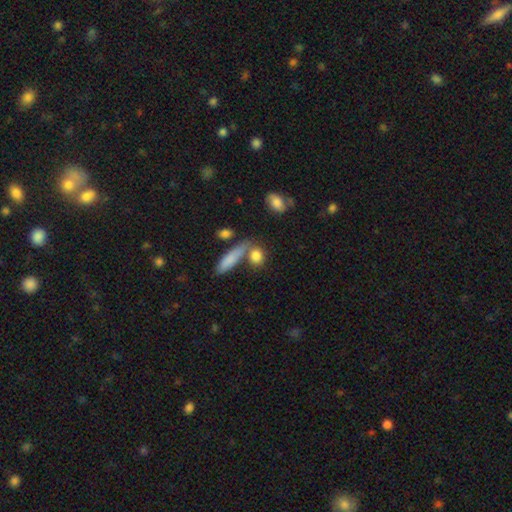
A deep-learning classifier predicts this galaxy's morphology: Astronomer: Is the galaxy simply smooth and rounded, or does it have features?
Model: smooth — 82%.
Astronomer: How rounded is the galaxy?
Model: round — 49% (runner-up: in between, 36%).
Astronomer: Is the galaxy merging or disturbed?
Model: none — 59%.